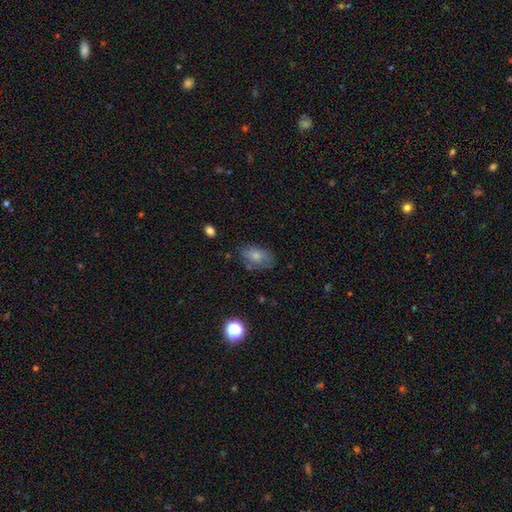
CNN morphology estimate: smooth 76%, featured or disk 16%, star or artifact 8%. Down the decision tree: how rounded — in between (89%); merging — none (68%).